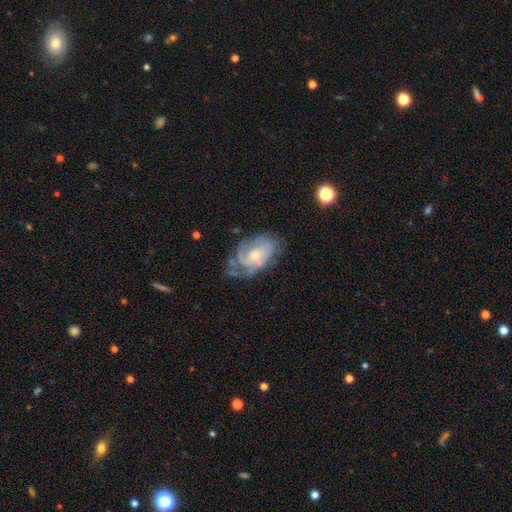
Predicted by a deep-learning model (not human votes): featured or disk 75%, smooth 19%, star or artifact 6%. Down the decision tree: edge-on disk — no (96%); bar — no (69%); spiral arms — yes (84%); spiral arm count — can't tell (37%); spiral winding — tight (52%); bulge size — small (53%); merging — none (47%).